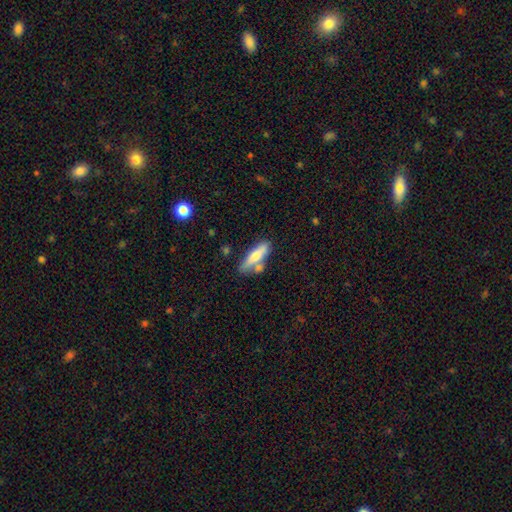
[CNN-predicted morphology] Overall: smooth (64%; featured or disk 30%). How rounded: cigar-shaped (66%; in between 32%). Merging: none (63%).